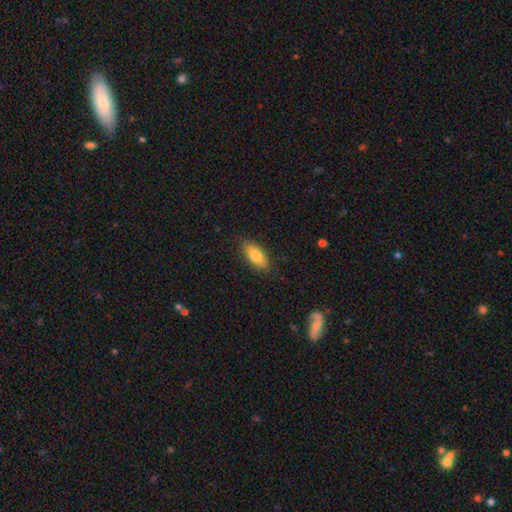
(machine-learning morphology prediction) A smooth galaxy with no disk features (80%) that is in between round and cigar-shaped (83%). Merging: none (84%).